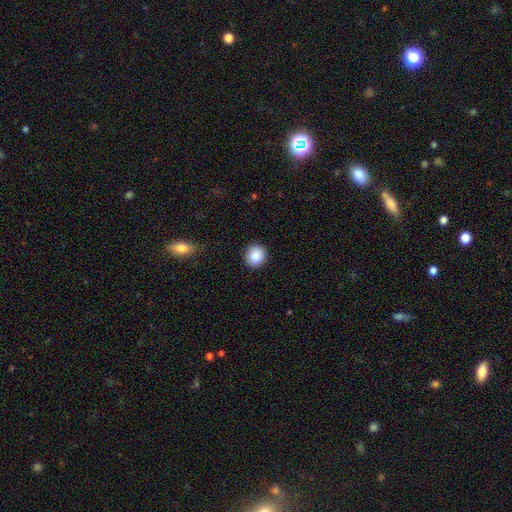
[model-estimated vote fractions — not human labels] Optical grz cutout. It shows a smooth galaxy with no disk features (87%) that is round (77%). Merging: none (90%).